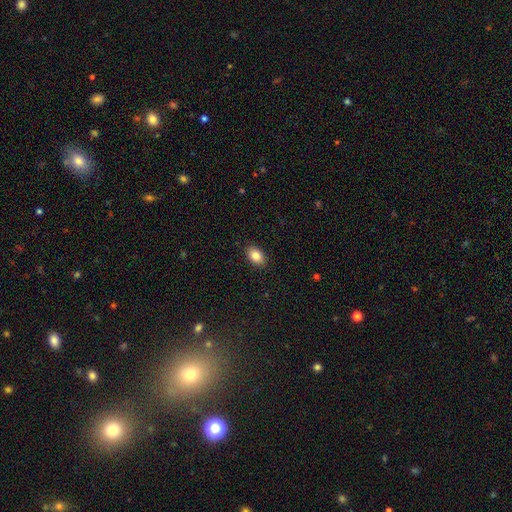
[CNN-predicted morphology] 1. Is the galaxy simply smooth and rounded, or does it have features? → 84% smooth, 8% featured or disk, 8% star or artifact.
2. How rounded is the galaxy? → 88% in between, 10% round, 1% cigar-shaped.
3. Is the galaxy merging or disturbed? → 89% none, 8% minor disturbance, 2% major disturbance, 1% merger.